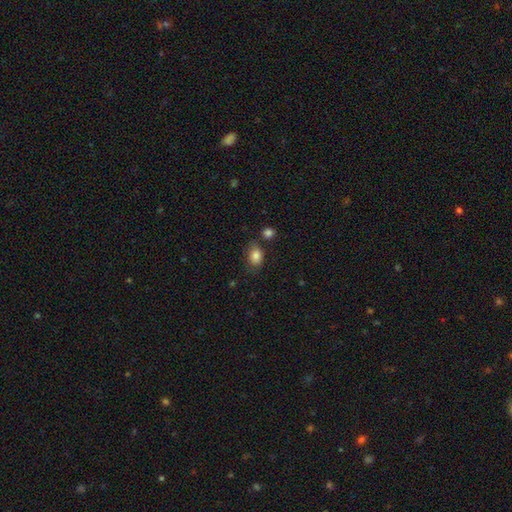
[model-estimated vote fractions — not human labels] smooth-or-featured: smooth: 84% | star or artifact: 9% | featured or disk: 8%
  how-rounded: in between: 77% | round: 22% | cigar-shaped: 1%
  merging: none: 66% | minor disturbance: 21% | merger: 7% | major disturbance: 6%